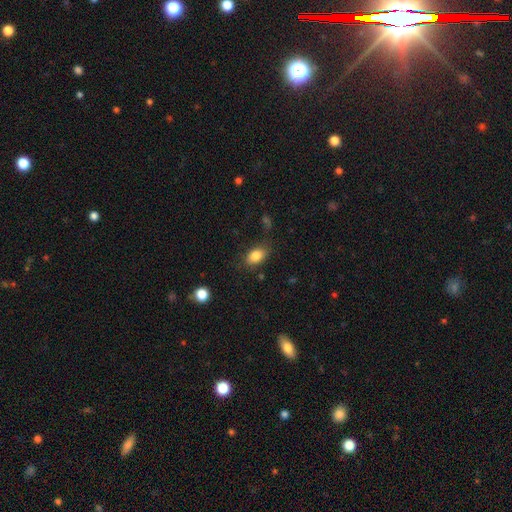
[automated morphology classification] Smooth or featured? Predicted: smooth (p=0.84). How rounded? Predicted: in between (p=0.86). Merging? Predicted: none (p=0.76).